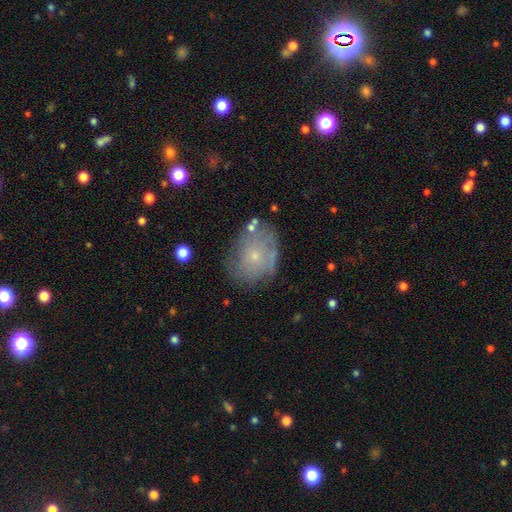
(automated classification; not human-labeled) featured or disk 45%, smooth 44%, star or artifact 10%. Down the decision tree: merging — none (62%).